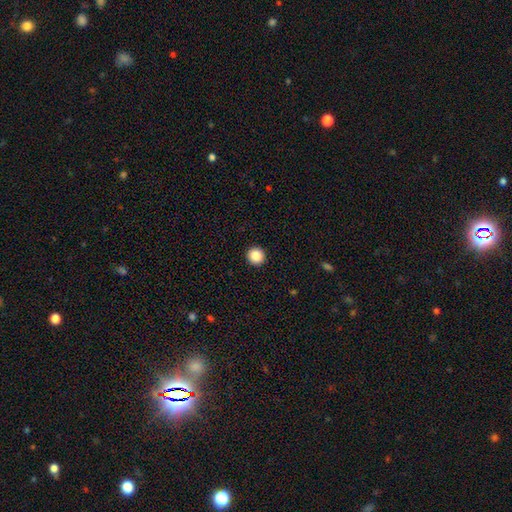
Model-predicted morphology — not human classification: Smooth or featured? smooth (87%)
How rounded? round (96%)
Merging? none (94%)